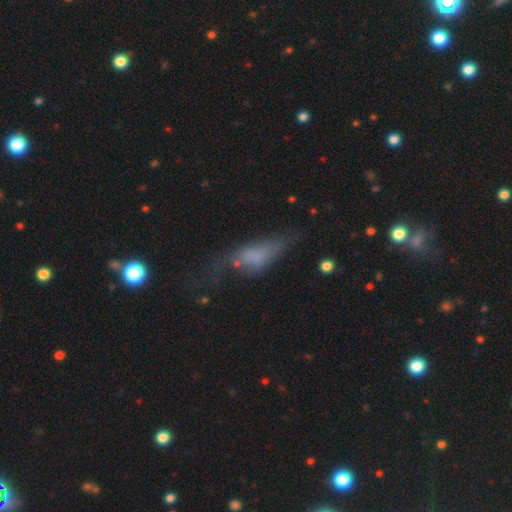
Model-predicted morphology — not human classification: Smooth or featured? Predicted: smooth (p=0.56). How rounded? Predicted: in between (p=0.63). Merging? Predicted: major disturbance (p=0.36).